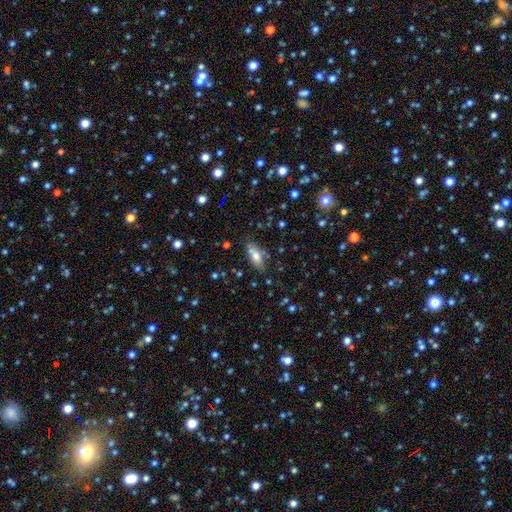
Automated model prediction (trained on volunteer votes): A smooth galaxy with no disk features (70%) that is in between round and cigar-shaped (76%). Merging: none (67%).